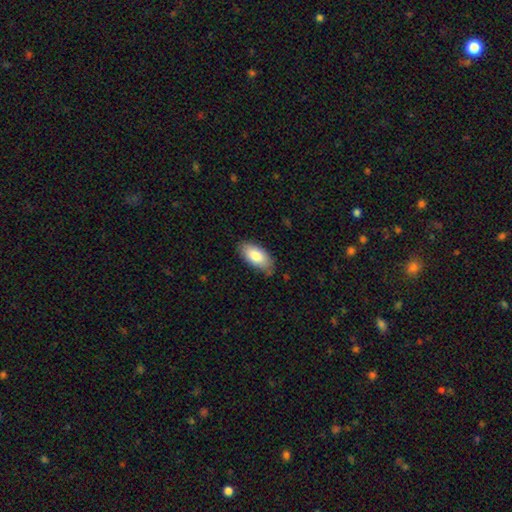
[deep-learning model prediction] smooth 82%, featured or disk 11%, star or artifact 6%. Down the decision tree: how rounded — in between (92%); merging — none (77%).